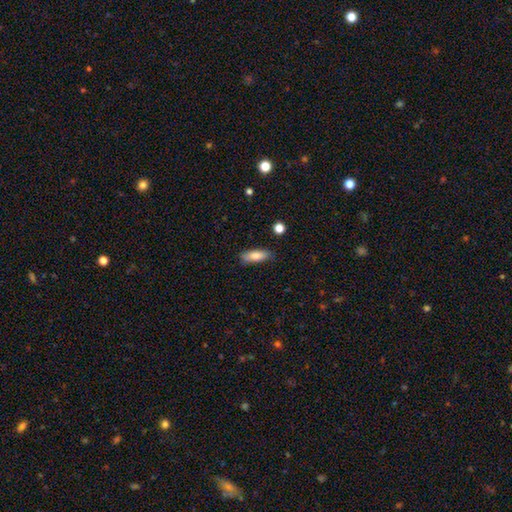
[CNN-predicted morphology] Overall: smooth (82%). How rounded: in between (59%; cigar-shaped 39%). Merging: none (81%).